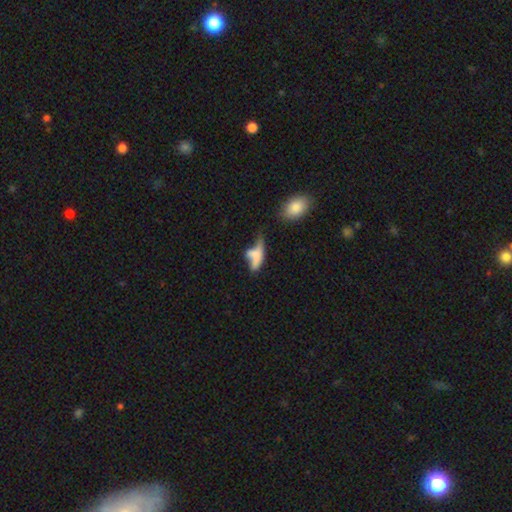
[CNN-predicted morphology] Smooth or featured? smooth (58%)
How rounded? in between (58%)
Merging? merger (30%)